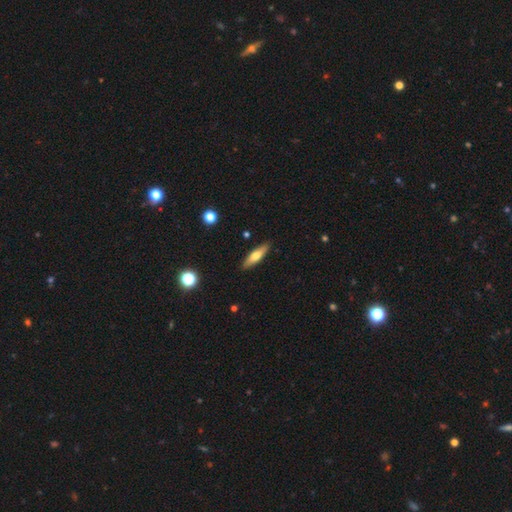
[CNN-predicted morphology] Smooth or featured? Predicted: smooth (p=0.59). How rounded? Predicted: cigar-shaped (p=0.67). Merging? Predicted: none (p=0.89).